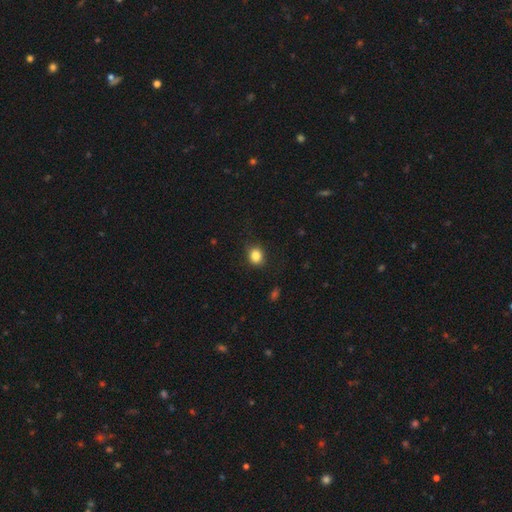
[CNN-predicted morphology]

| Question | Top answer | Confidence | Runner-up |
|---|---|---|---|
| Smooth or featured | smooth | 84% | star or artifact (11%) |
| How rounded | round | 72% | in between (27%) |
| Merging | none | 82% | minor disturbance (14%) |